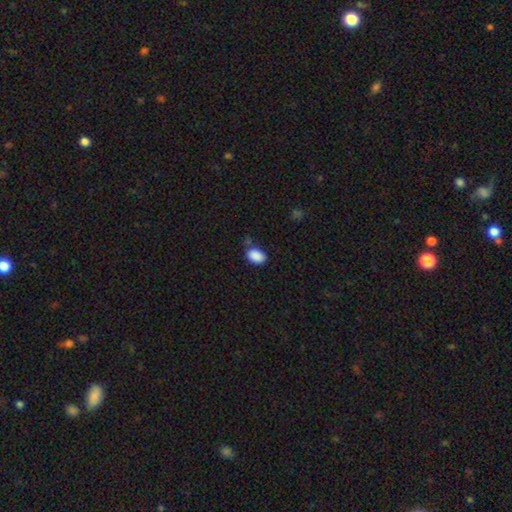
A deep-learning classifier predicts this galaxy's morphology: A smooth galaxy with no disk features (90%) that is in between round and cigar-shaped (86%). Merging: none (69%).